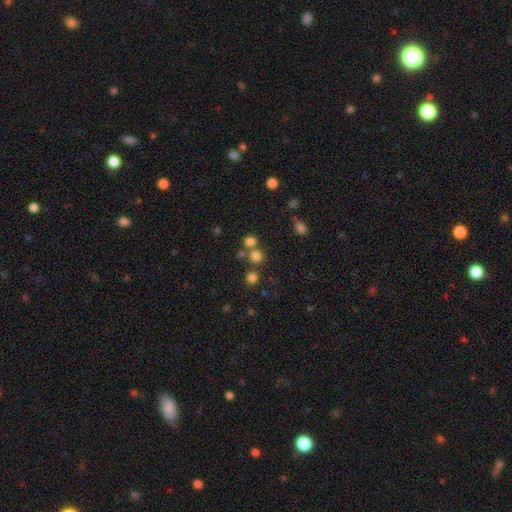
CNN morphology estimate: smooth_or_featured: smooth (p=0.73) [alt: star or artifact p=0.20]
how_rounded: round (p=0.91) [alt: in between p=0.08]
merging: none (p=0.67) [alt: merger p=0.24]